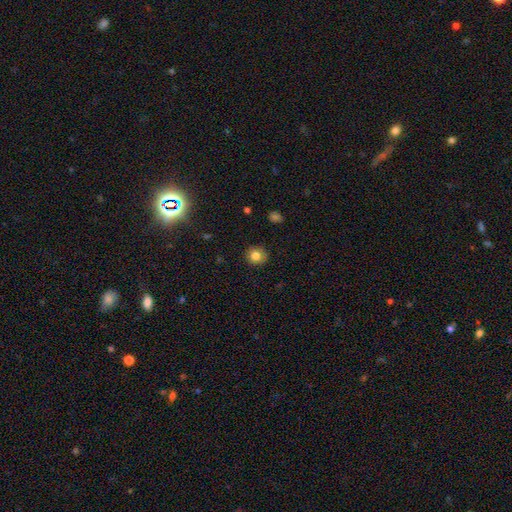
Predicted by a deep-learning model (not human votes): A smooth galaxy with no disk features (81%) that is round (88%). Merging: none (89%).